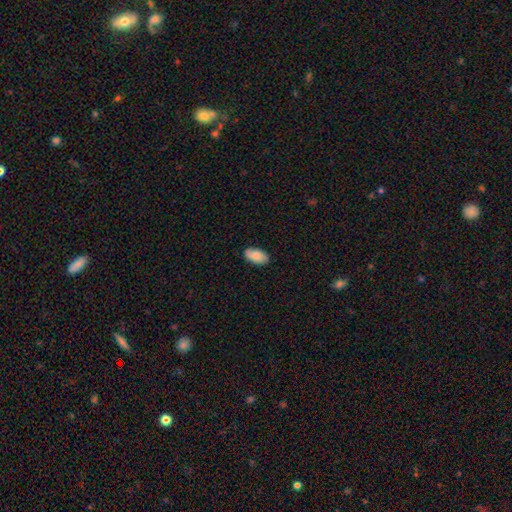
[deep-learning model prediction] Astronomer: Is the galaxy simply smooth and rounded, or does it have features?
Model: smooth — 82%.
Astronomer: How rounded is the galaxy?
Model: in between — 95%.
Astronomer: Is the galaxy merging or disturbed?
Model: none — 86%.